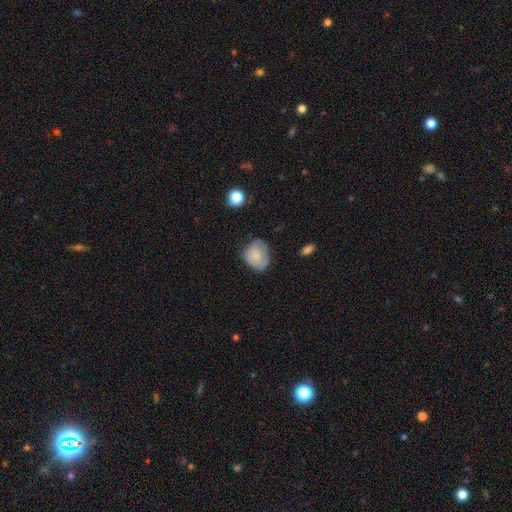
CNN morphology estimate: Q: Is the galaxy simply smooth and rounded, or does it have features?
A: smooth — 77%.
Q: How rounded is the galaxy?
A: in between — 50%.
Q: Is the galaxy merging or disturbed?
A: none — 51%.